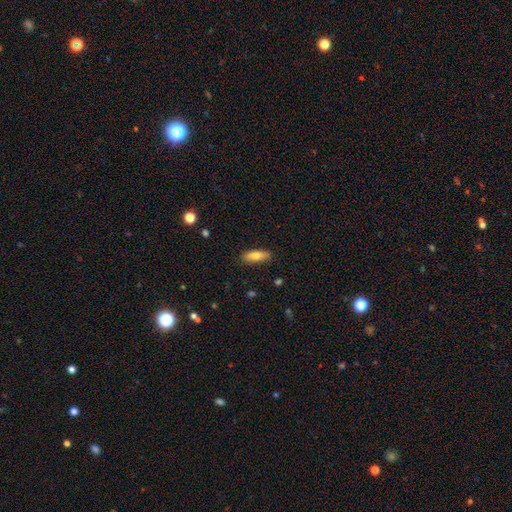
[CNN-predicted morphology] smooth_or_featured: smooth (p=0.74) [alt: featured or disk p=0.20]
how_rounded: in between (p=0.56) [alt: cigar-shaped p=0.41]
merging: none (p=0.86) [alt: minor disturbance p=0.11]